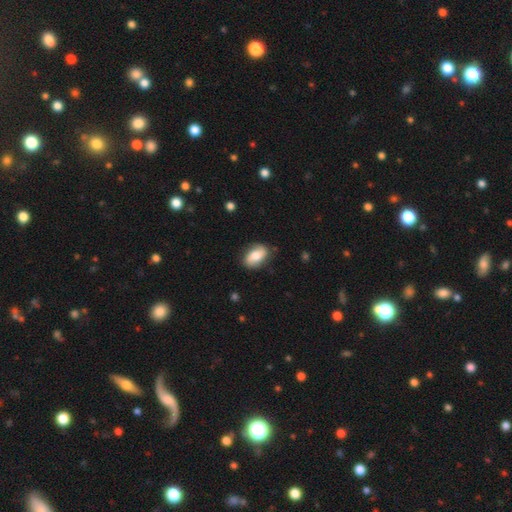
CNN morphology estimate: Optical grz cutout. It shows a smooth galaxy with no disk features (59%) that is in between round and cigar-shaped (87%). Merging: none (80%).